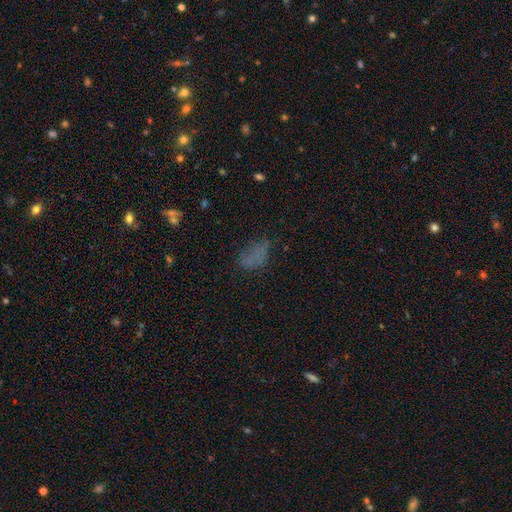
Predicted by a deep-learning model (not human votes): This appears to be a smooth galaxy with no disk features (61%) that is in between round and cigar-shaped (85%). Merging: none (56%).